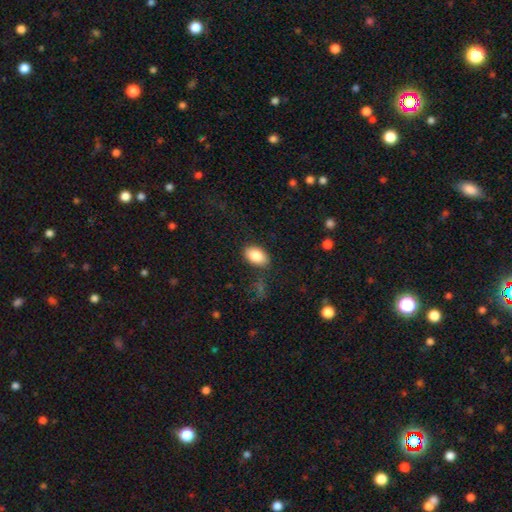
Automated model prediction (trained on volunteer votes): Smooth or featured? Predicted: smooth (p=0.85). How rounded? Predicted: in between (p=0.90). Merging? Predicted: none (p=0.84).